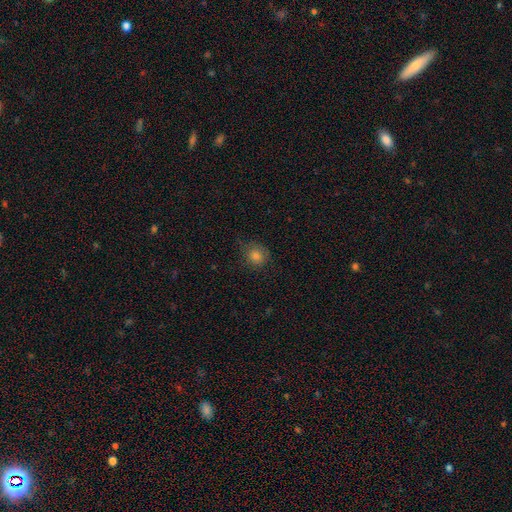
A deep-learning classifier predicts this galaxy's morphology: smooth_or_featured: smooth (p=0.77) [alt: star or artifact p=0.15]
how_rounded: round (p=0.85) [alt: in between p=0.14]
merging: none (p=0.76) [alt: minor disturbance p=0.18]